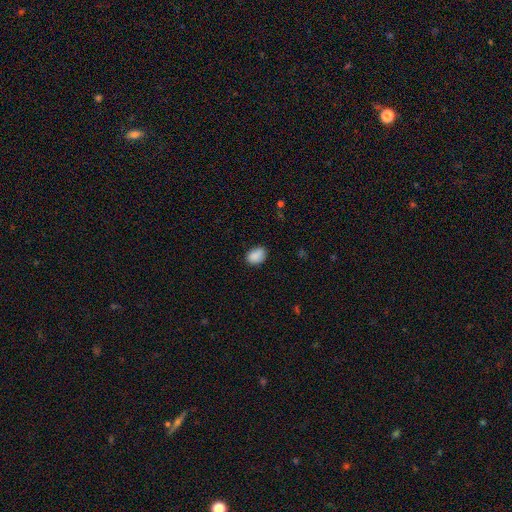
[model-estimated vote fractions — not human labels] Smooth or featured? Predicted: smooth (p=0.88). How rounded? Predicted: in between (p=0.75). Merging? Predicted: none (p=0.78).